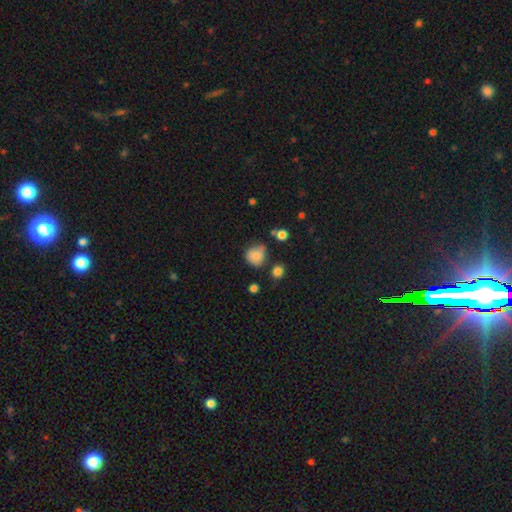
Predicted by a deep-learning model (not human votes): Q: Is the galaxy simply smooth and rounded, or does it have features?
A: smooth — 79%.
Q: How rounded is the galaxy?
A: round — 77%.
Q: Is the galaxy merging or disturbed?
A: none — 54%.